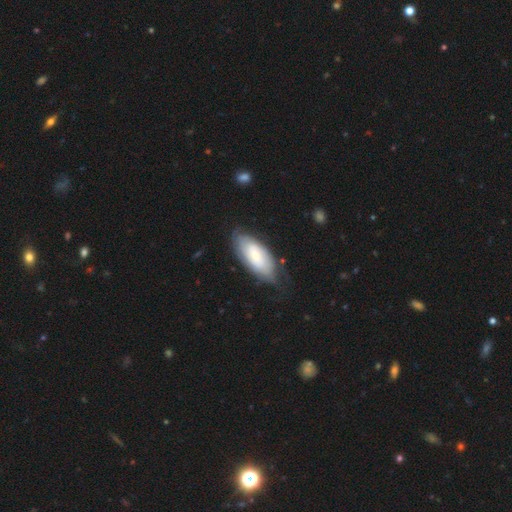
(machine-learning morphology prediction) A smooth galaxy with no disk features (48%).

Vote fractions:
- Smooth or featured? smooth: 48% / featured or disk: 47% / star or artifact: 6%
- Merging? none: 69% / minor disturbance: 22% / major disturbance: 7% / merger: 2%